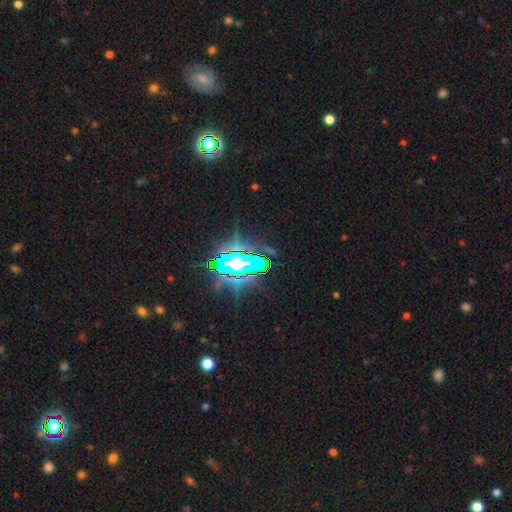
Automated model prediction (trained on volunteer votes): Smooth or featured?
  - star or artifact: 83% *
  - smooth: 9%
  - featured or disk: 8%